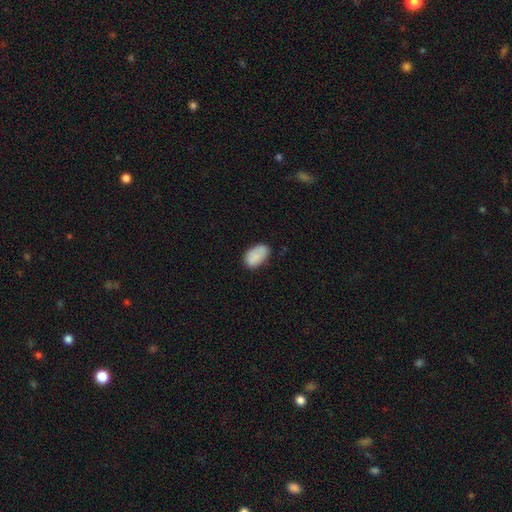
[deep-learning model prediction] Q: Smooth or featured?
A: smooth (86%); runner-up: star or artifact (7%)
Q: How rounded?
A: in between (93%); runner-up: round (6%)
Q: Merging?
A: none (69%); runner-up: minor disturbance (24%)